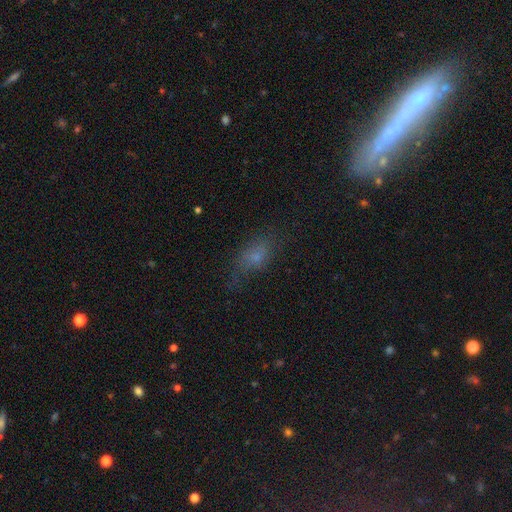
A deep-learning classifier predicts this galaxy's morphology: A smooth galaxy with no disk features (63%) that is in between round and cigar-shaped (80%). Merging: none (55%).